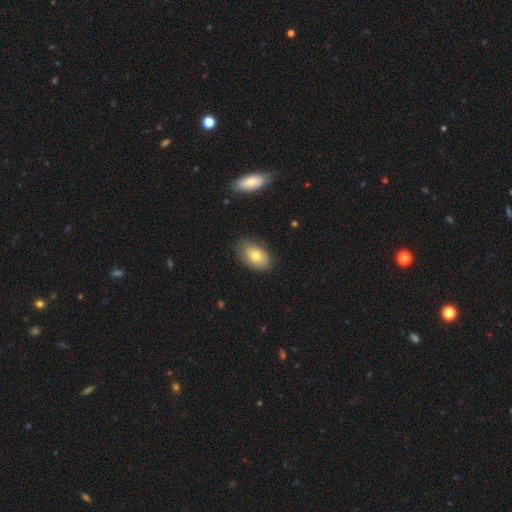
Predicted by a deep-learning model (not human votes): Morphology: type=smooth (67%); roundness=in between (89%); merging=none (72%).